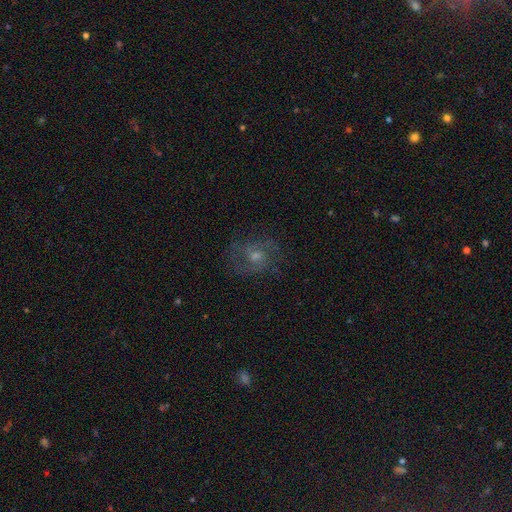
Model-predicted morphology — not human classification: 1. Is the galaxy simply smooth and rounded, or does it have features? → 64% featured or disk, 20% smooth, 17% star or artifact.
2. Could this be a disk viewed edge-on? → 97% no, 3% yes.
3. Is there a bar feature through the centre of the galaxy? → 65% no, 31% weak, 5% strong.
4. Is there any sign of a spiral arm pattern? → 86% yes, 14% no.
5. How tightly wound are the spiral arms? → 50% medium, 29% tight, 21% loose.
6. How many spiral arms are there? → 60% 2, 23% can't tell, 8% 3, 4% 1, 3% 4, 3% more than 4.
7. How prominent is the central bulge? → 50% moderate, 39% small, 5% large, 4% none, 1% dominant.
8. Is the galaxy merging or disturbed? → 73% none, 16% minor disturbance, 11% major disturbance, 1% merger.